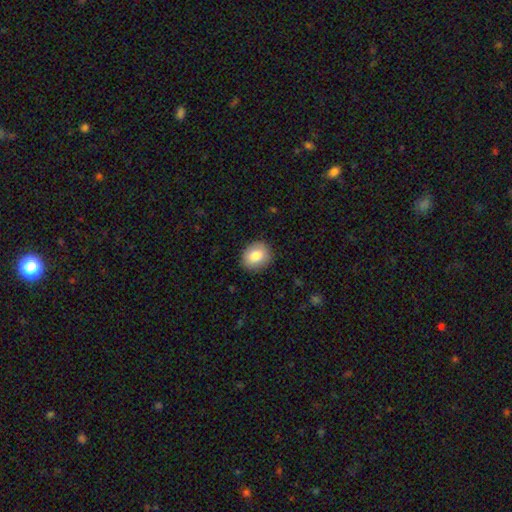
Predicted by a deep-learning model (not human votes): Smooth or featured? smooth (82%)
How rounded? round (64%)
Merging? none (88%)